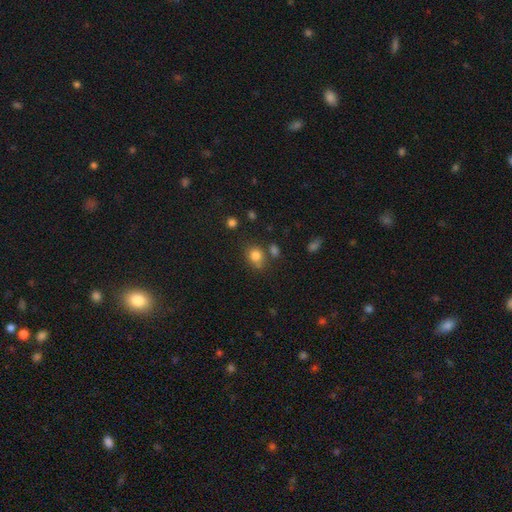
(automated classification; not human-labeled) Smooth or featured: smooth — 81% (star or artifact — 12%)
How rounded: round — 60% (in between — 39%)
Merging: none — 65% (minor disturbance — 17%)